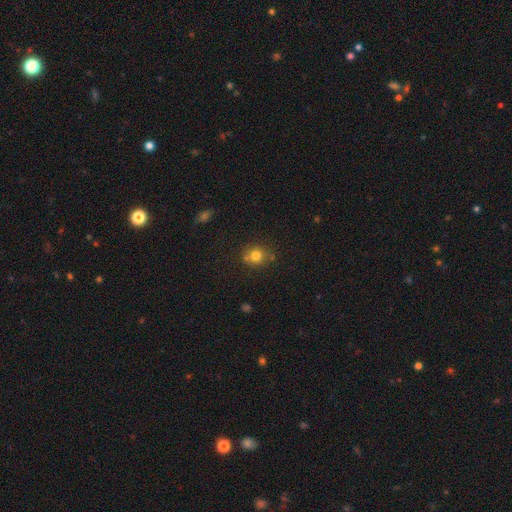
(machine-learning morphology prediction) type=smooth (77%); roundness=round (83%); merging=none (71%).